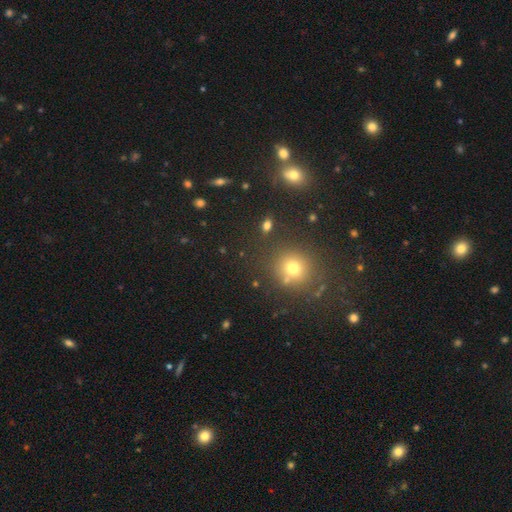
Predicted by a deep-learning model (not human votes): Smooth or featured? smooth (54%)
How rounded? round (82%)
Merging? none (83%)